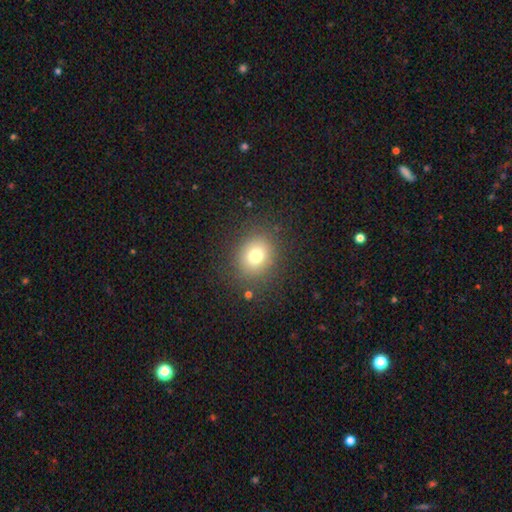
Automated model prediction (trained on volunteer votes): Smooth or featured?
  - smooth: 76% *
  - star or artifact: 14%
  - featured or disk: 10%
How rounded?
  - round: 73% *
  - in between: 27%
  - cigar-shaped: 1%
Merging?
  - none: 85% *
  - minor disturbance: 9%
  - major disturbance: 4%
  - merger: 2%